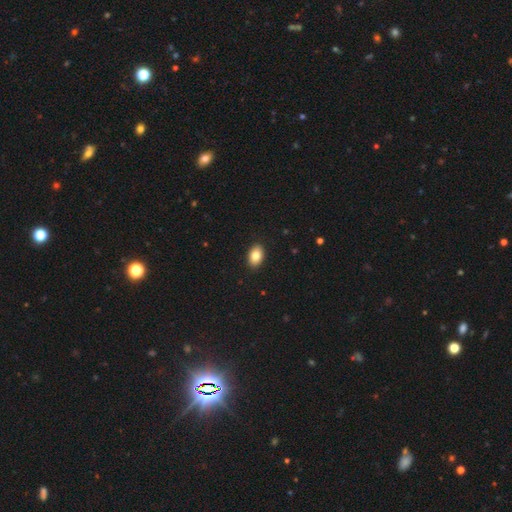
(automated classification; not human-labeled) smooth-or-featured: smooth: 83% | featured or disk: 9% | star or artifact: 8%
  how-rounded: in between: 86% | round: 13% | cigar-shaped: 1%
  merging: none: 91% | minor disturbance: 7% | major disturbance: 2% | merger: 1%